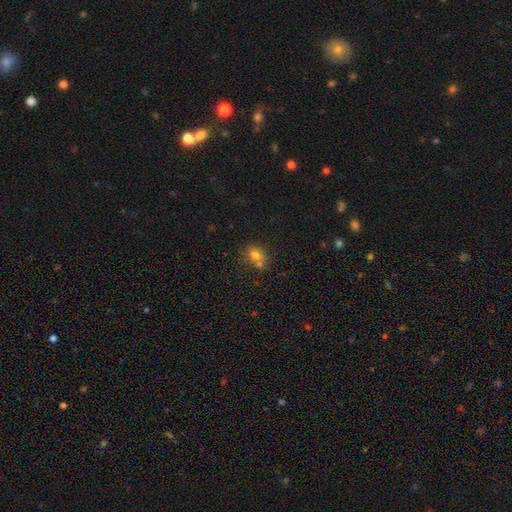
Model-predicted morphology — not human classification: Smooth or featured? smooth (75%)
How rounded? round (60%)
Merging? none (53%)